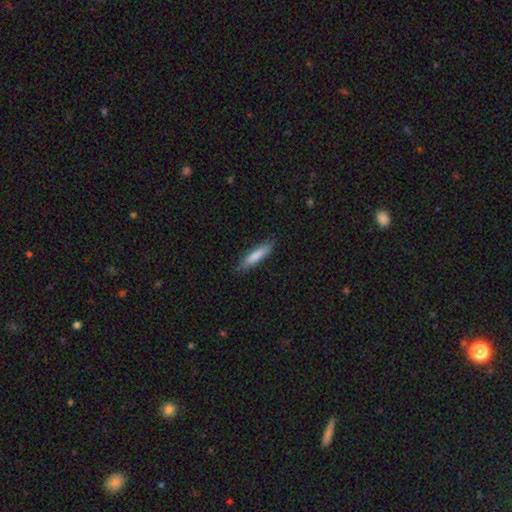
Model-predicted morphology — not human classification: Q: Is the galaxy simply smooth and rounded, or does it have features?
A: smooth — 79%.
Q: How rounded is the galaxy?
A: cigar-shaped — 83%.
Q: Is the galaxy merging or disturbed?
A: none — 84%.